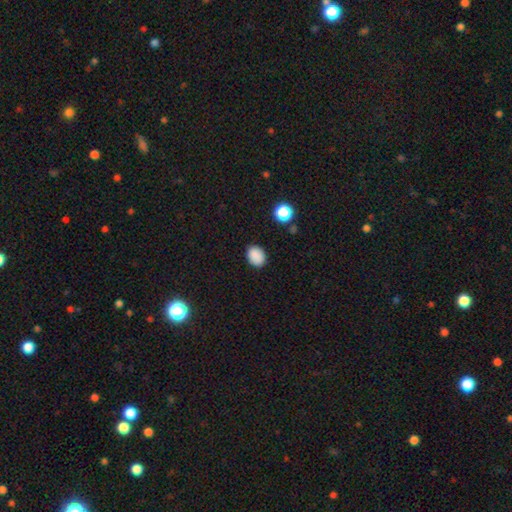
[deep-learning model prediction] A smooth galaxy with no disk features (87%) that is in between round and cigar-shaped (65%).

Vote fractions:
- Smooth or featured? smooth: 87% / star or artifact: 10% / featured or disk: 3%
- How rounded? in between: 65% / round: 34% / cigar-shaped: 1%
- Merging? none: 86% / minor disturbance: 10% / major disturbance: 2% / merger: 1%